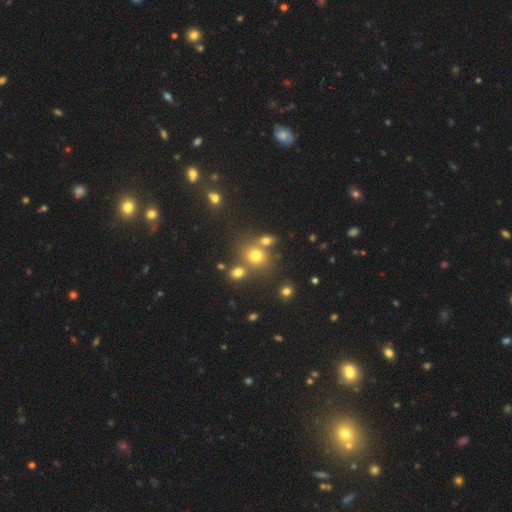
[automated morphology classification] Smooth or featured?
  - smooth: 71% *
  - star or artifact: 18%
  - featured or disk: 11%
How rounded?
  - round: 71% *
  - in between: 28%
  - cigar-shaped: 1%
Merging?
  - none: 60% *
  - merger: 25%
  - minor disturbance: 11%
  - major disturbance: 4%